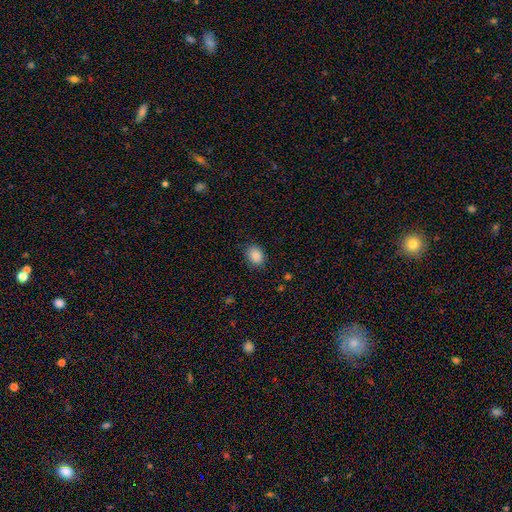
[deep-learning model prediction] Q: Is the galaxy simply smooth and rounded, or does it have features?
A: smooth — 88%.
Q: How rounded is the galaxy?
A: in between — 56%.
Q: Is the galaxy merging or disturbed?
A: none — 85%.